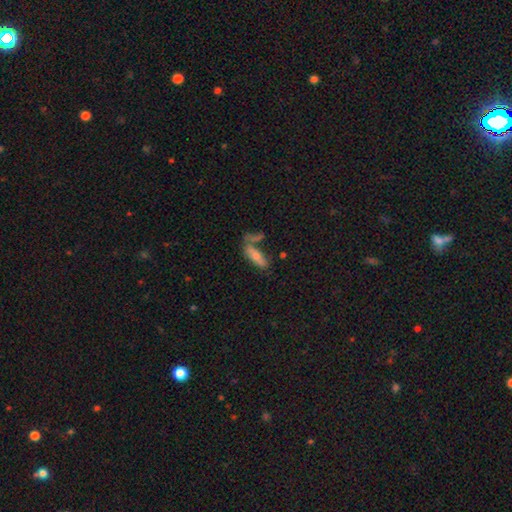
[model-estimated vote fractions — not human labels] Overall: smooth (57%; featured or disk 33%). How rounded: in between (50%; cigar-shaped 47%). Merging: none (47%; merger 24%).